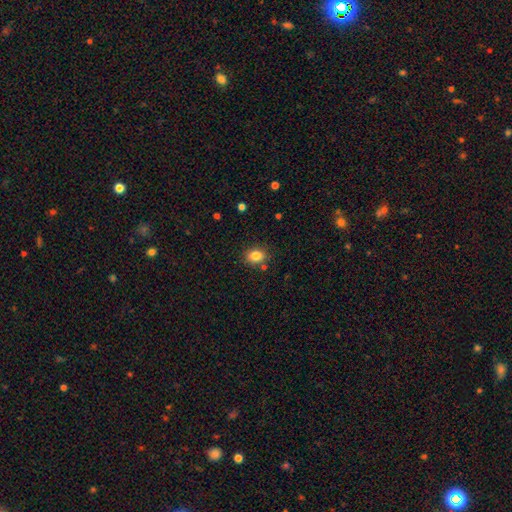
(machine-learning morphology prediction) A smooth galaxy with no disk features (83%) that is round (50%).

Vote fractions:
- Smooth or featured? smooth: 83% / star or artifact: 10% / featured or disk: 6%
- How rounded? round: 50% / in between: 49% / cigar-shaped: 1%
- Merging? none: 82% / minor disturbance: 11% / merger: 4% / major disturbance: 3%